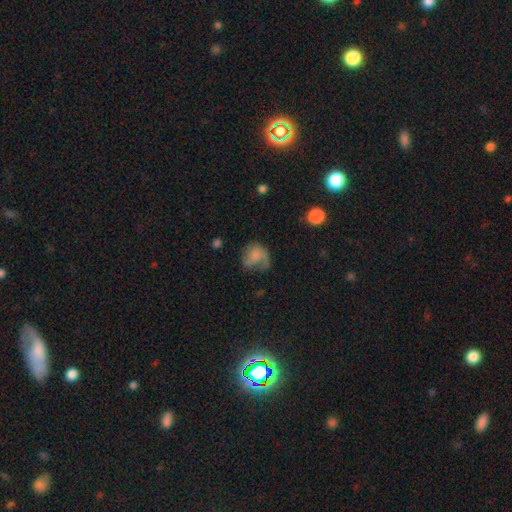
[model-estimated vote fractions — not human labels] smooth_or_featured: smooth (p=0.51) [alt: featured or disk p=0.39]
how_rounded: round (p=0.55) [alt: in between p=0.44]
merging: major disturbance (p=0.37) [alt: none p=0.35]